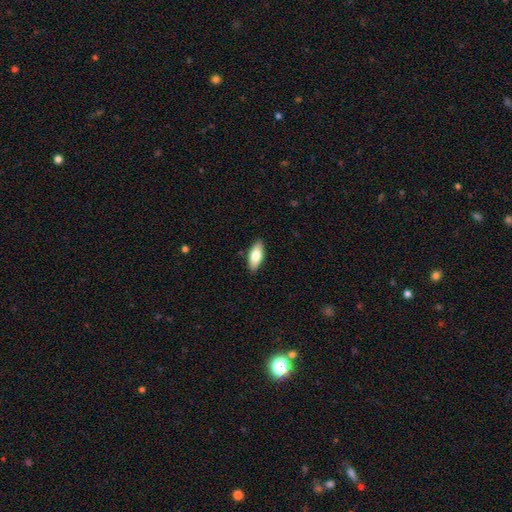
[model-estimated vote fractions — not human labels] Smooth or featured?
  - smooth: 76% *
  - featured or disk: 18%
  - star or artifact: 6%
How rounded?
  - in between: 83% *
  - cigar-shaped: 15%
  - round: 2%
Merging?
  - none: 88% *
  - minor disturbance: 9%
  - major disturbance: 2%
  - merger: 1%